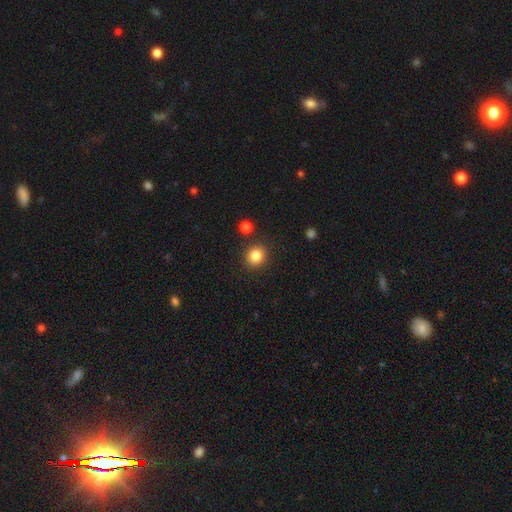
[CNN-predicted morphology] The model was most divided on "how rounded": round: 81%, in between: 18%, cigar-shaped: 1%. More confident: merging — none (87%); smooth or featured — smooth (83%).